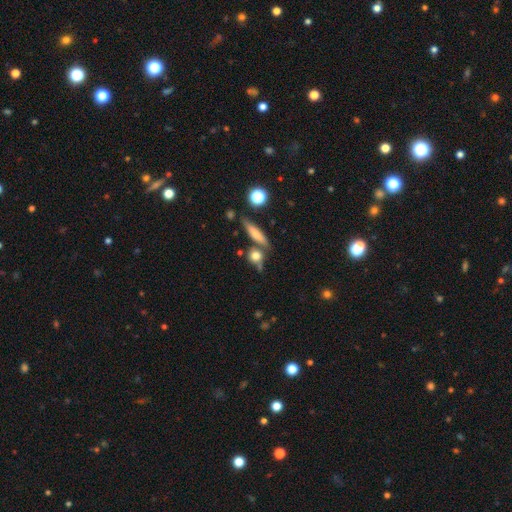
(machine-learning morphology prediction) This is likely a smooth galaxy (72%). How rounded: likely round (62%). Merging: possibly none (60%).